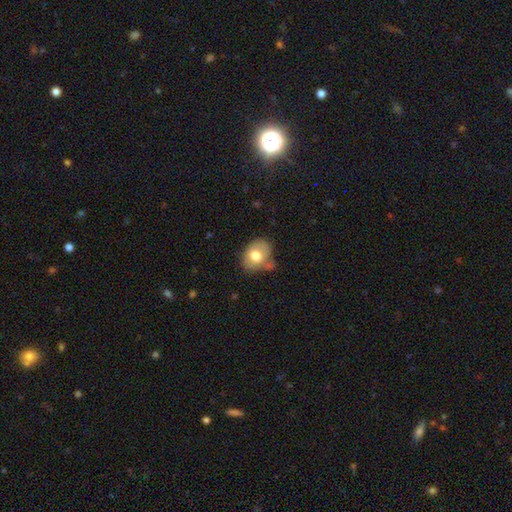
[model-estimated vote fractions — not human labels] A smooth galaxy with no disk features (71%) that is in between round and cigar-shaped (57%). Merging: none (45%).